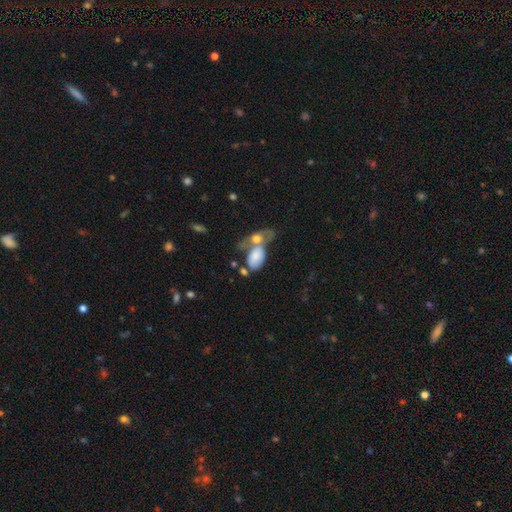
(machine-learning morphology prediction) smooth 73%, featured or disk 20%, star or artifact 7%. Down the decision tree: how rounded — in between (90%); merging — merger (62%).